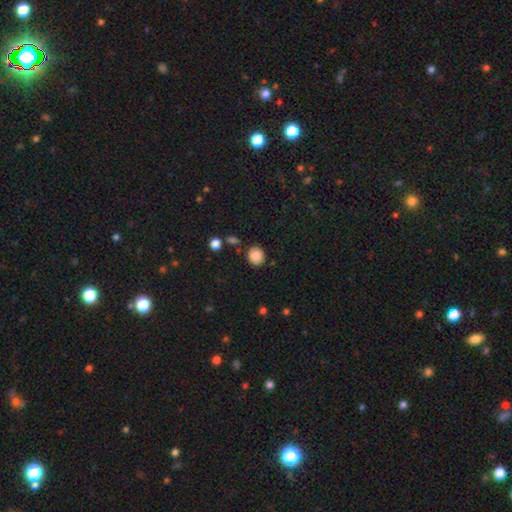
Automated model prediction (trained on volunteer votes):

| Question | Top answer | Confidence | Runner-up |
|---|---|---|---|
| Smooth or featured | smooth | 86% | star or artifact (9%) |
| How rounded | round | 75% | in between (24%) |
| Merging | none | 83% | minor disturbance (10%) |